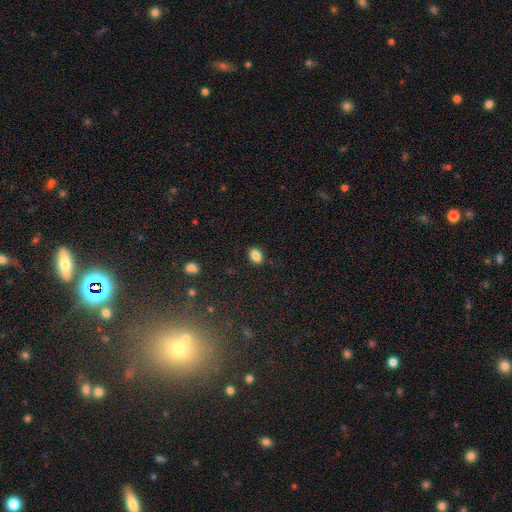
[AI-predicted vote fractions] Q: Smooth or featured?
A: smooth (86%); runner-up: star or artifact (9%)
Q: How rounded?
A: in between (79%); runner-up: round (20%)
Q: Merging?
A: none (87%); runner-up: minor disturbance (9%)